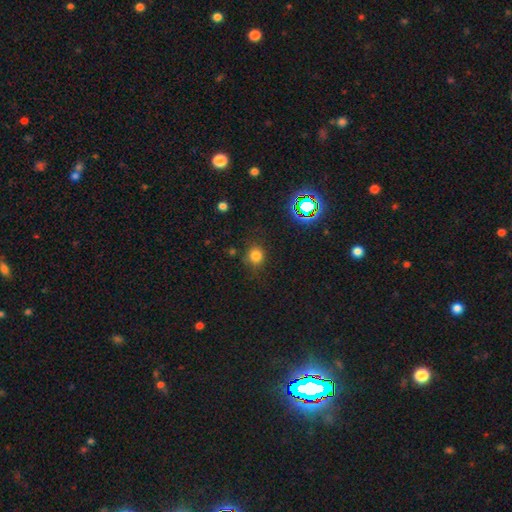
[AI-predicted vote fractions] A smooth galaxy with no disk features (76%) that is round (86%).

Vote fractions:
- Smooth or featured? smooth: 76% / star or artifact: 18% / featured or disk: 6%
- How rounded? round: 86% / in between: 13% / cigar-shaped: 1%
- Merging? none: 78% / minor disturbance: 15% / major disturbance: 5% / merger: 2%